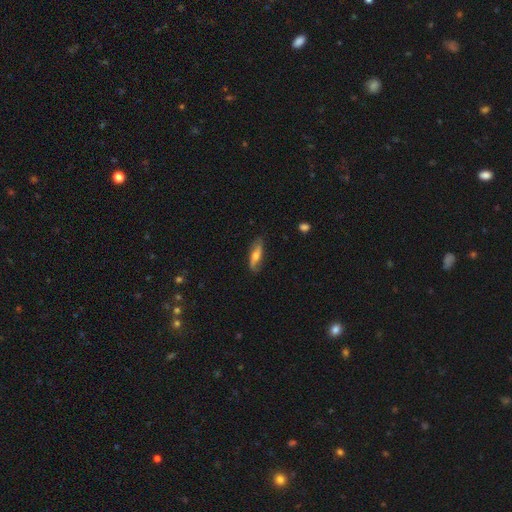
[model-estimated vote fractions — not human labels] Smooth or featured? Predicted: featured or disk (p=0.48). Merging? Predicted: none (p=0.77).